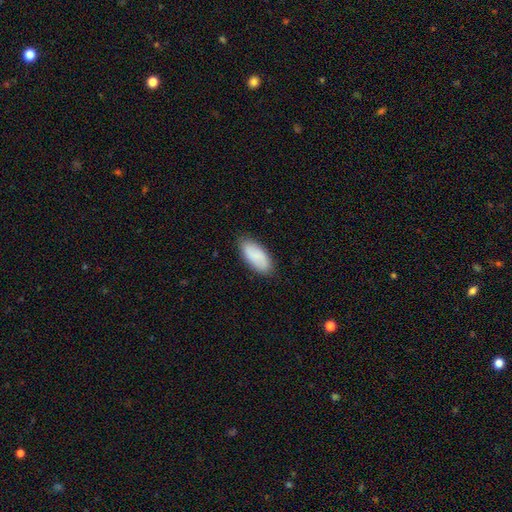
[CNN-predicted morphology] Smooth or featured?
  - smooth: 79% *
  - featured or disk: 15%
  - star or artifact: 6%
How rounded?
  - in between: 90% *
  - cigar-shaped: 8%
  - round: 2%
Merging?
  - none: 84% *
  - minor disturbance: 13%
  - major disturbance: 2%
  - merger: 1%